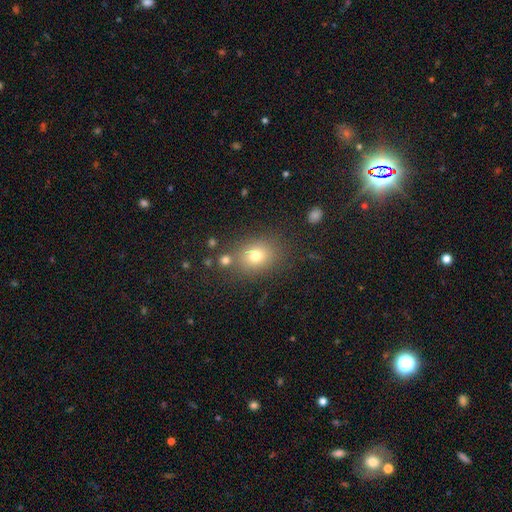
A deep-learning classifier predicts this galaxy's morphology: smooth 75%, star or artifact 14%, featured or disk 10%. Down the decision tree: how rounded — round (54%); merging — none (76%).